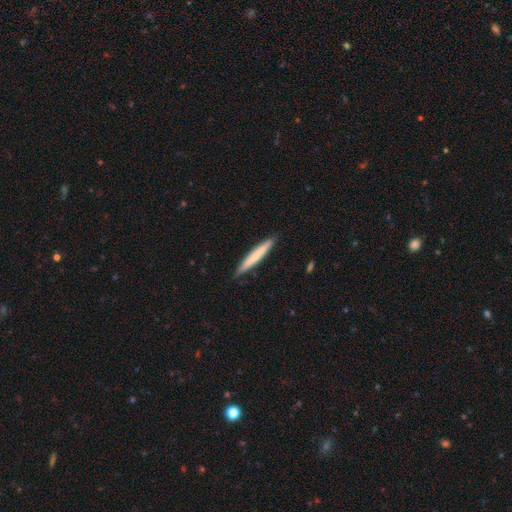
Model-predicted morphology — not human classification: smooth-or-featured: smooth: 66% | featured or disk: 29% | star or artifact: 5%
  how-rounded: cigar-shaped: 96% | in between: 3% | round: 1%
  merging: none: 89% | minor disturbance: 8% | major disturbance: 1% | merger: 1%